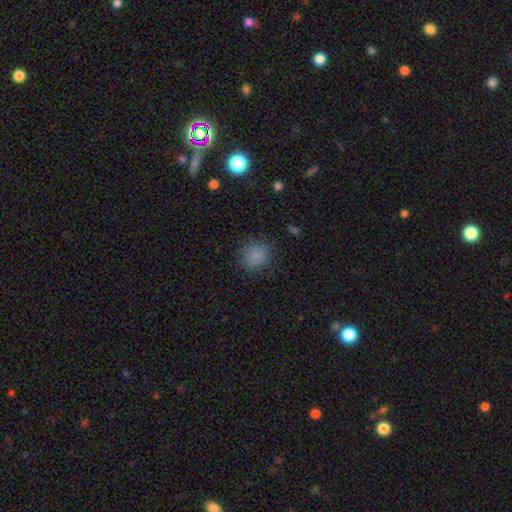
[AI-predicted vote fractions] smooth_or_featured: smooth (p=0.83) [alt: star or artifact p=0.12]
how_rounded: round (p=0.82) [alt: in between p=0.17]
merging: none (p=0.78) [alt: minor disturbance p=0.15]